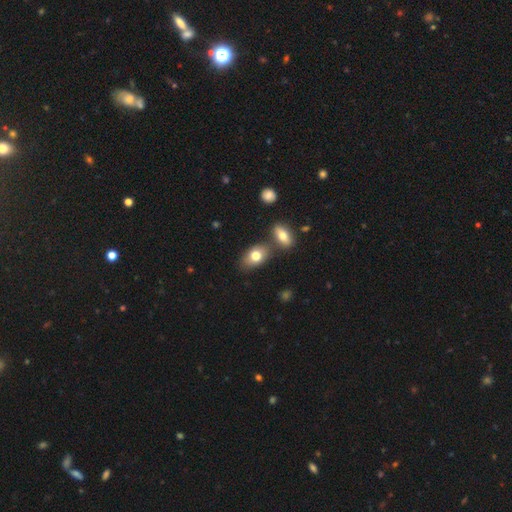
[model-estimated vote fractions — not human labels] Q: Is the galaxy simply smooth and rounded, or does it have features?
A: smooth — 76%.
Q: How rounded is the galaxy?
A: in between — 86%.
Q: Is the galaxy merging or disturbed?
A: none — 64%.